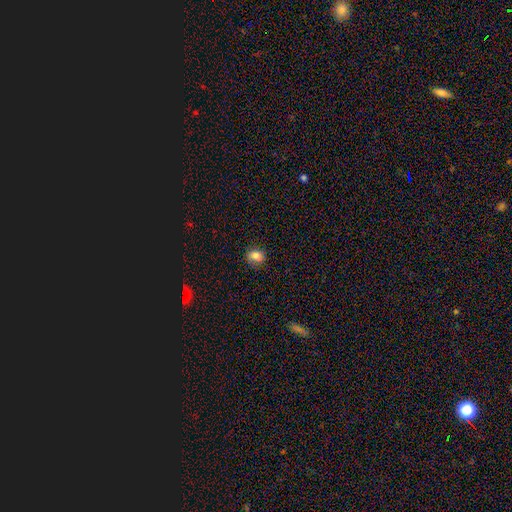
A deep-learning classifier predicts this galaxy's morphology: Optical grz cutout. It shows a smooth galaxy with no disk features (81%) that is round (51%). Merging: none (79%).